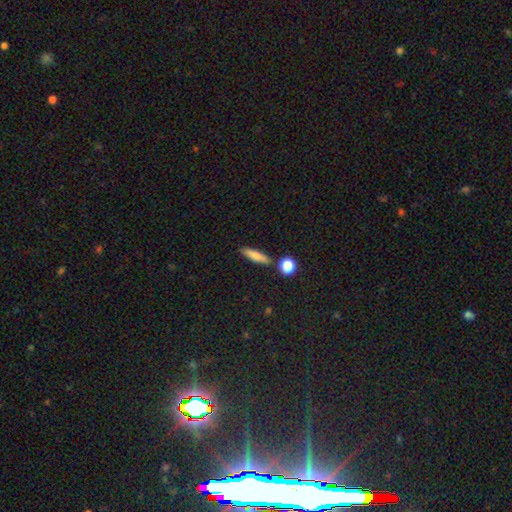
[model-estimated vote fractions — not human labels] Morphology: type=smooth (79%); roundness=cigar-shaped (71%); merging=none (82%).